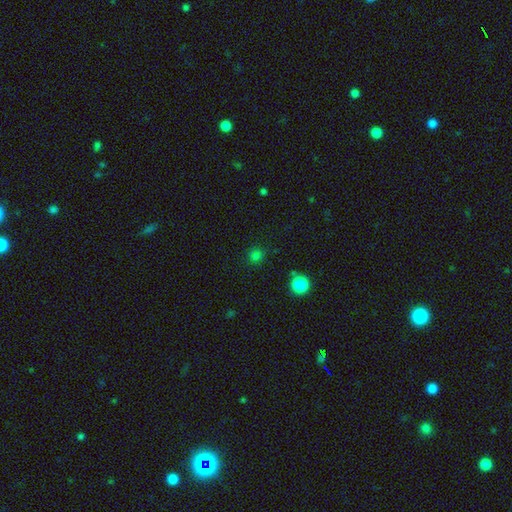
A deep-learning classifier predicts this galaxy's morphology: Q: Smooth or featured?
A: smooth (76%); runner-up: star or artifact (20%)
Q: How rounded?
A: round (92%); runner-up: in between (7%)
Q: Merging?
A: none (87%); runner-up: minor disturbance (8%)